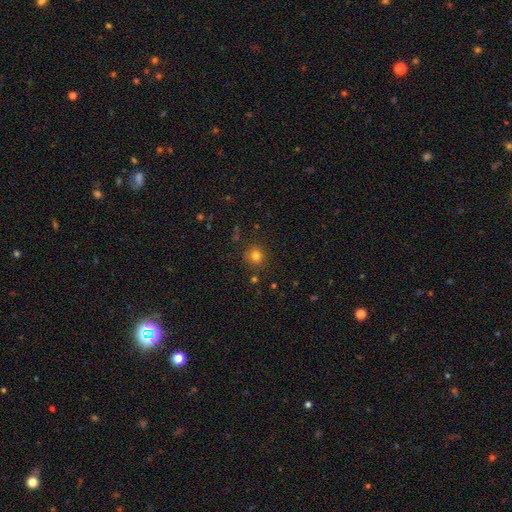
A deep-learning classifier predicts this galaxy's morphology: Overall: smooth (79%). How rounded: round (92%). Merging: none (86%).